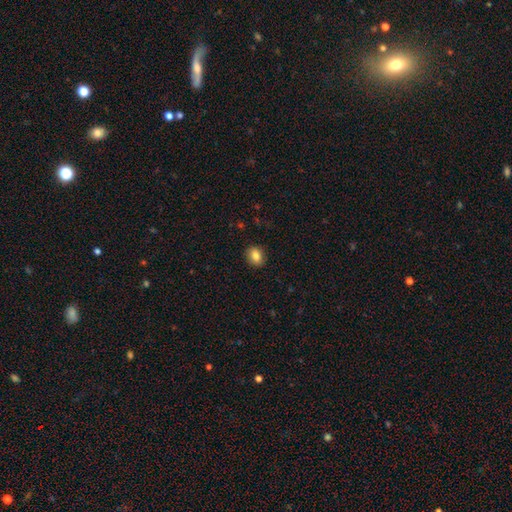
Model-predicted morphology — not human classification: Smooth or featured: smooth — 82% (star or artifact — 9%)
How rounded: round — 51% (in between — 48%)
Merging: none — 89% (minor disturbance — 8%)